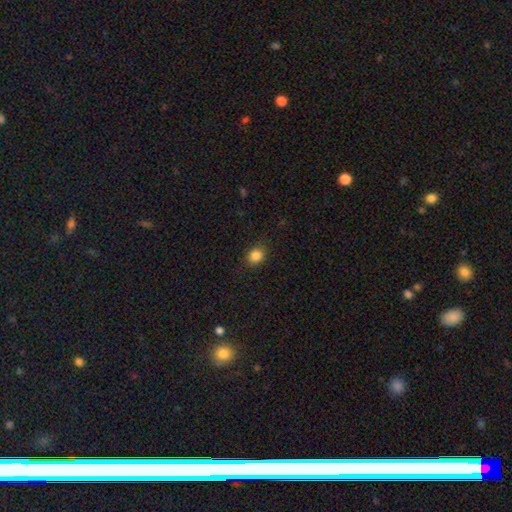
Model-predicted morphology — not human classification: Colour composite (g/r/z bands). It shows a smooth galaxy with no disk features (85%) that is round (63%). Merging: none (87%).